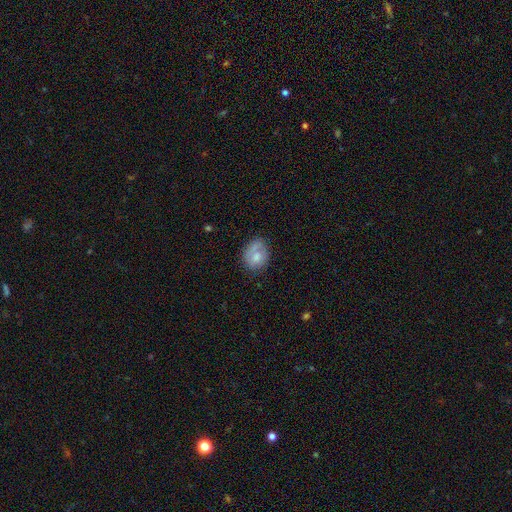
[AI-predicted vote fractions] The model was most divided on "how rounded": round: 51%, in between: 48%, cigar-shaped: 1%. More confident: smooth or featured — smooth (64%); merging — none (55%).